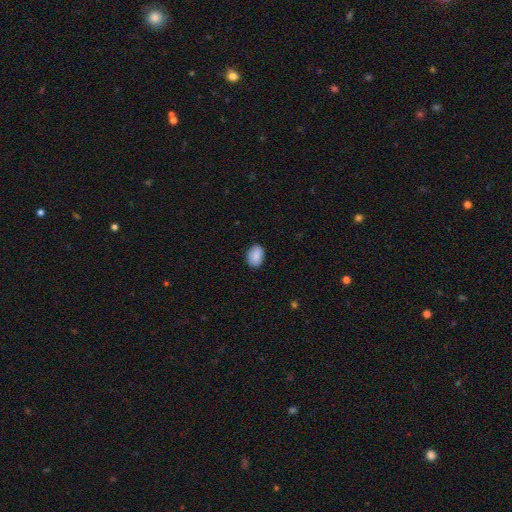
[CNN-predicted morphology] A smooth galaxy with no disk features (88%) that is in between round and cigar-shaped (82%).

Vote fractions:
- Smooth or featured? smooth: 88% / star or artifact: 7% / featured or disk: 5%
- How rounded? in between: 82% / round: 16% / cigar-shaped: 1%
- Merging? none: 85% / minor disturbance: 12% / major disturbance: 2% / merger: 1%